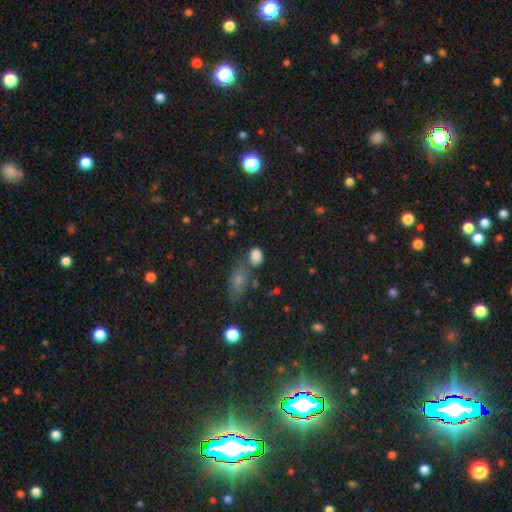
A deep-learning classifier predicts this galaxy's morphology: smooth-or-featured: smooth: 85% | star or artifact: 10% | featured or disk: 5%
  how-rounded: in between: 72% | round: 26% | cigar-shaped: 2%
  merging: none: 62% | minor disturbance: 18% | merger: 14% | major disturbance: 6%